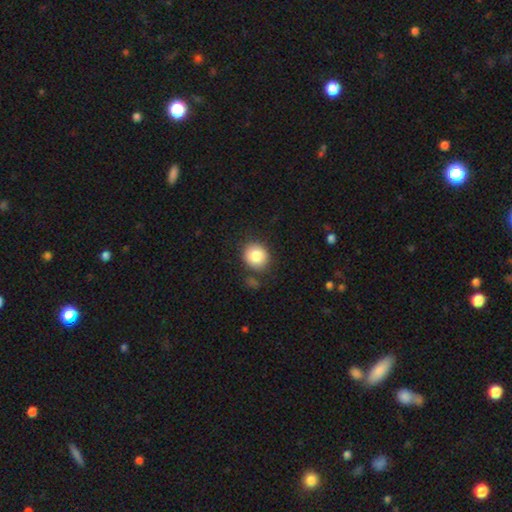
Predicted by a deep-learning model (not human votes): smooth 85%, star or artifact 8%, featured or disk 7%. Down the decision tree: how rounded — round (83%); merging — none (81%).